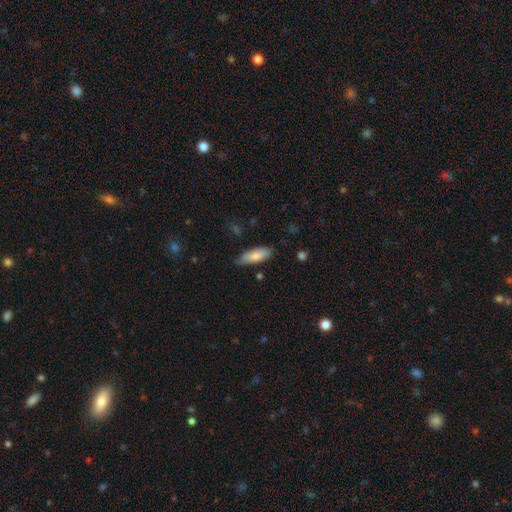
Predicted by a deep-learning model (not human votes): smooth_or_featured: smooth (p=0.79) [alt: featured or disk p=0.15]
how_rounded: in between (p=0.69) [alt: cigar-shaped p=0.29]
merging: none (p=0.74) [alt: minor disturbance p=0.21]